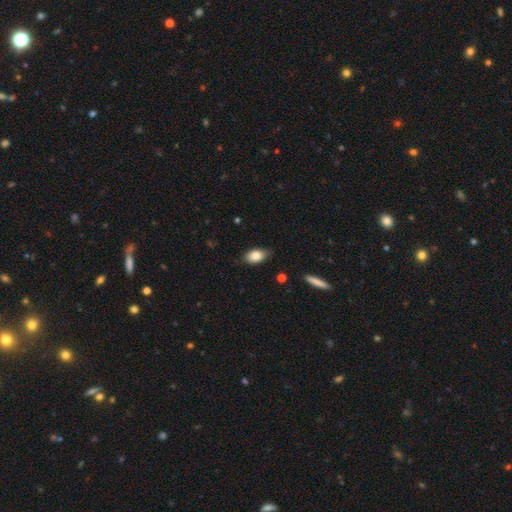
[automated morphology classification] Smooth or featured?
  - smooth: 83% *
  - featured or disk: 10%
  - star or artifact: 7%
How rounded?
  - in between: 89% *
  - round: 7%
  - cigar-shaped: 3%
Merging?
  - none: 81% *
  - minor disturbance: 16%
  - major disturbance: 2%
  - merger: 1%